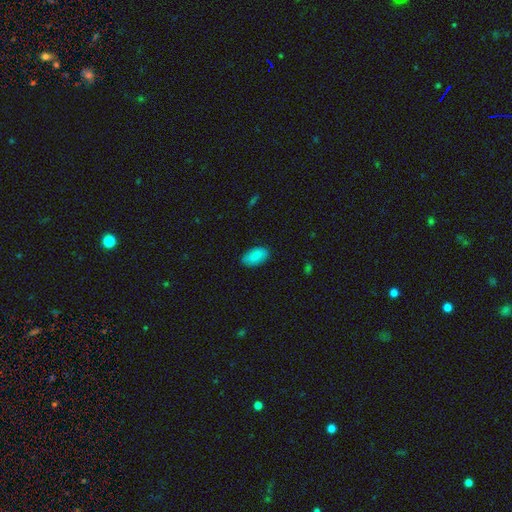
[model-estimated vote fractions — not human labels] Smooth or featured? Predicted: smooth (p=0.87). How rounded? Predicted: in between (p=0.95). Merging? Predicted: none (p=0.87).